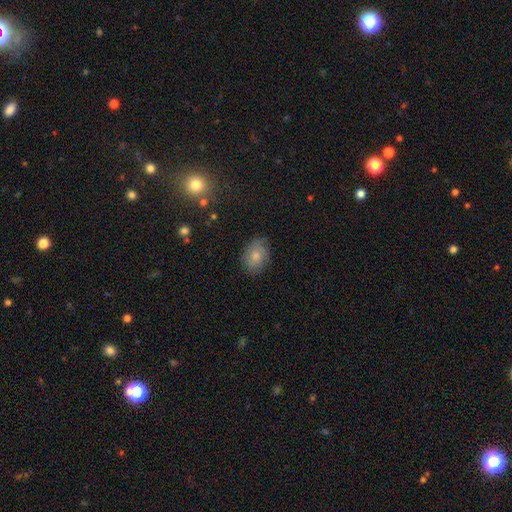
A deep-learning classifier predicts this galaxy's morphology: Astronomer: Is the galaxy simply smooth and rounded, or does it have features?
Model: smooth — 74%.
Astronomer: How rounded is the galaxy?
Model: in between — 71%.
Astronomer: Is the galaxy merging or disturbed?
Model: none — 78%.